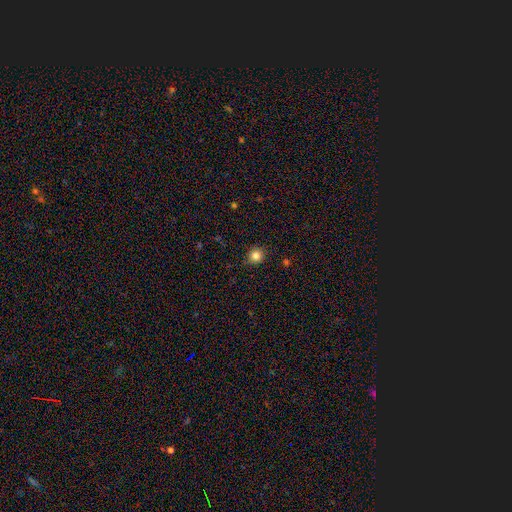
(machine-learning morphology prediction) smooth-or-featured: smooth: 84% | star or artifact: 11% | featured or disk: 5%
  how-rounded: round: 88% | in between: 11% | cigar-shaped: 1%
  merging: none: 88% | minor disturbance: 9% | major disturbance: 2% | merger: 1%